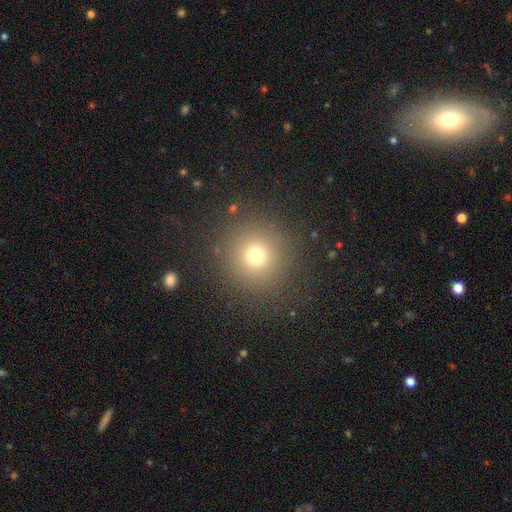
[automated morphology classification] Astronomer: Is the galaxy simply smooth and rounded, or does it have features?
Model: smooth — 70%.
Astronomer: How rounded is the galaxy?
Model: round — 95%.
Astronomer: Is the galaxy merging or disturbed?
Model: none — 87%.